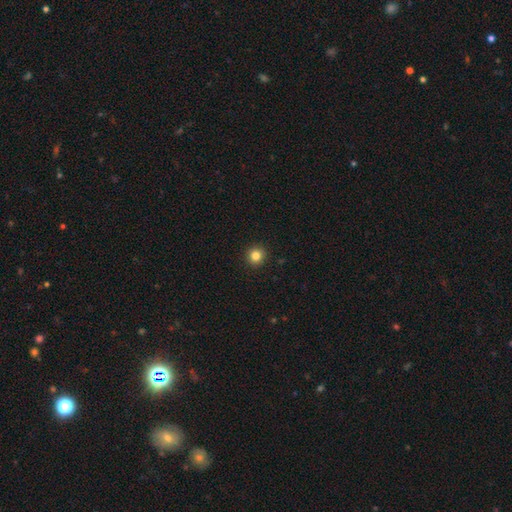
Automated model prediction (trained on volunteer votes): Overall: smooth (83%). How rounded: round (93%). Merging: none (93%).